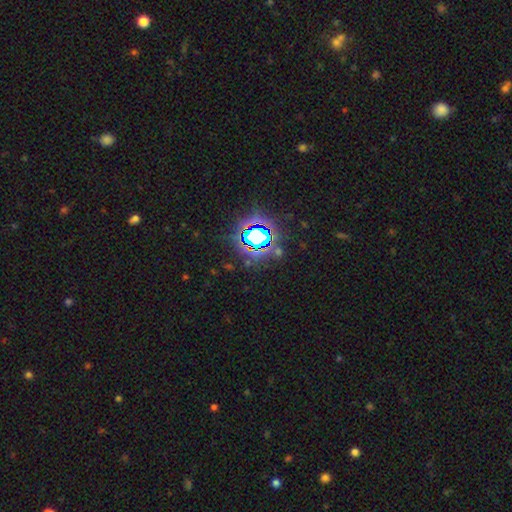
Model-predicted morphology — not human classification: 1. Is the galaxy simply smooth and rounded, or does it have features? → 84% star or artifact, 9% smooth, 6% featured or disk.